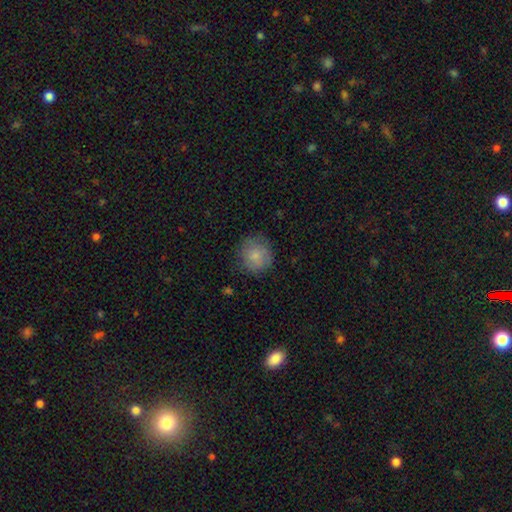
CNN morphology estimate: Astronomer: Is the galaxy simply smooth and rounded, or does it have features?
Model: smooth — 79%.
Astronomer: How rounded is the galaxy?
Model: round — 90%.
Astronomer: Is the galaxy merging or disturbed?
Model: none — 77%.